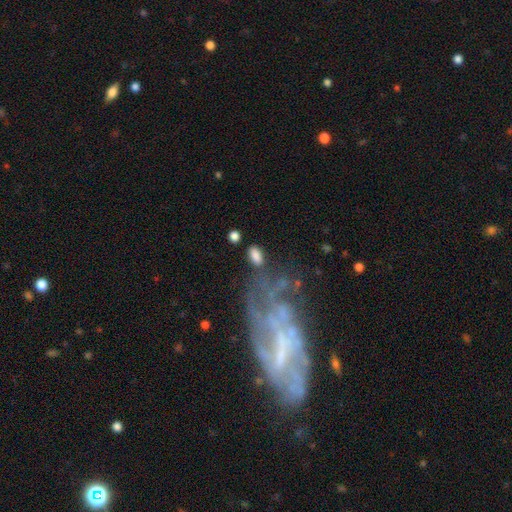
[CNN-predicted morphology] A smooth galaxy with no disk features (82%) that is in between round and cigar-shaped (91%). Merging: none (67%).